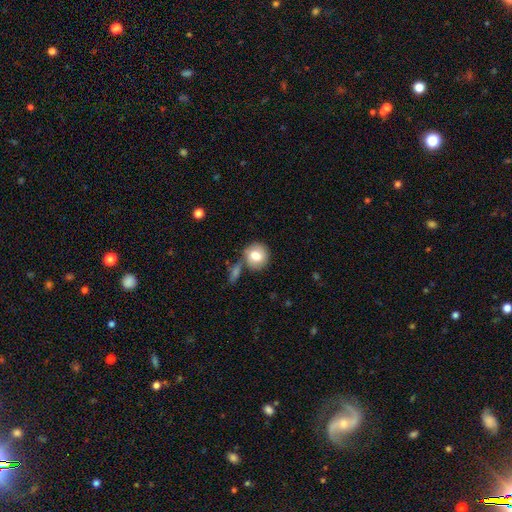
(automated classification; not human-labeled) Smooth or featured: smooth — 77% (featured or disk — 15%)
How rounded: round — 87% (in between — 12%)
Merging: none — 67% (merger — 15%)